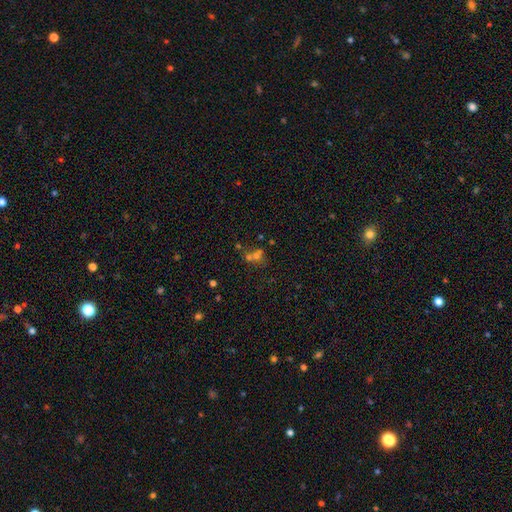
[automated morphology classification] This appears to be a smooth galaxy with no disk features (46%). Merging: merger (46%).